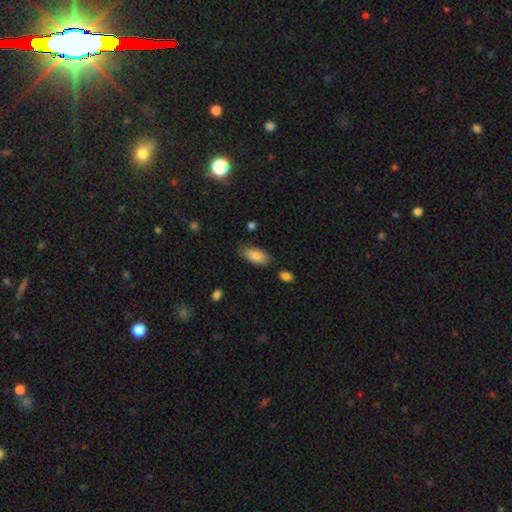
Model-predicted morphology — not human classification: This appears to be a smooth galaxy with no disk features (85%) that is in between round and cigar-shaped (91%). Merging: none (77%).